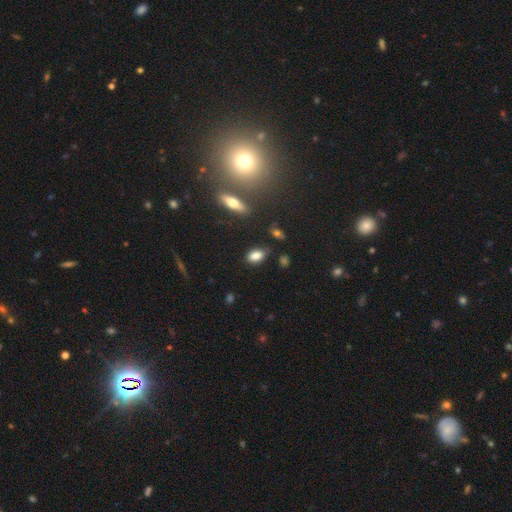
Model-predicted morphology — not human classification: smooth-or-featured: smooth: 83% | star or artifact: 9% | featured or disk: 8%
  how-rounded: in between: 87% | round: 9% | cigar-shaped: 4%
  merging: none: 70% | minor disturbance: 21% | major disturbance: 5% | merger: 4%